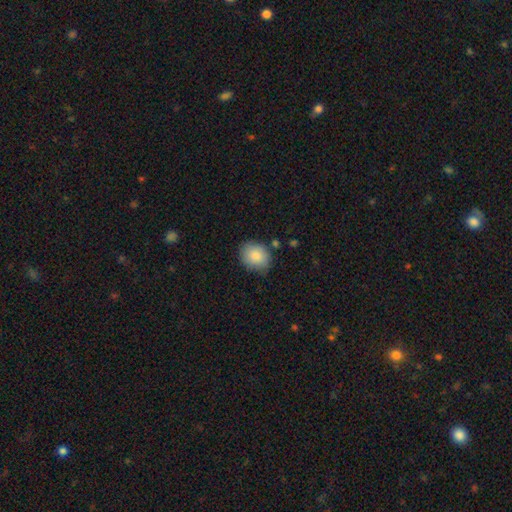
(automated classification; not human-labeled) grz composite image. It shows a smooth galaxy with no disk features (86%) that is round (56%). Merging: none (79%).